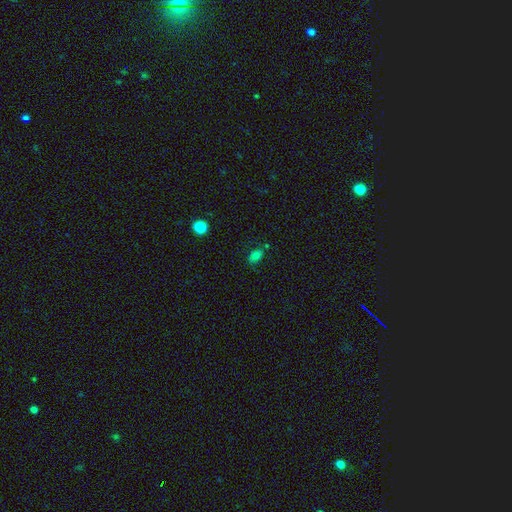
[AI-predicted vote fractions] Smooth or featured?
  - smooth: 74% *
  - star or artifact: 15%
  - featured or disk: 10%
How rounded?
  - in between: 80% *
  - round: 18%
  - cigar-shaped: 2%
Merging?
  - none: 71% *
  - minor disturbance: 18%
  - merger: 7%
  - major disturbance: 4%